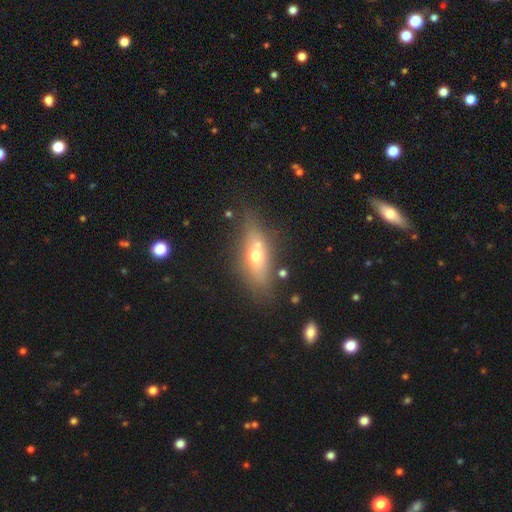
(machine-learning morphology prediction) smooth-or-featured: smooth: 53% | featured or disk: 37% | star or artifact: 10%
  how-rounded: in between: 60% | cigar-shaped: 33% | round: 7%
  merging: none: 62% | minor disturbance: 17% | merger: 15% | major disturbance: 7%